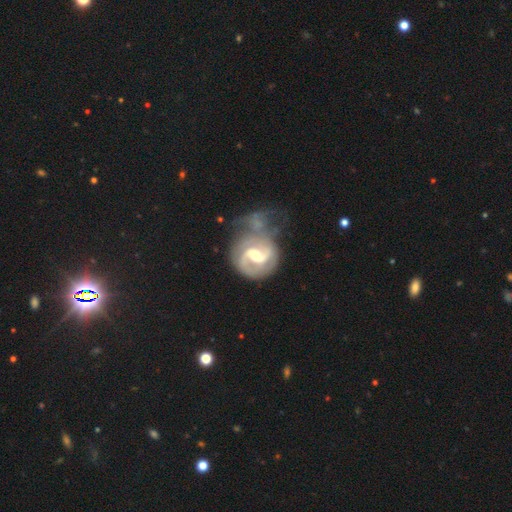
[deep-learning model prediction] Smooth or featured?
  - featured or disk: 88% *
  - smooth: 8%
  - star or artifact: 4%
Edge-on disk?
  - no: 98% *
  - yes: 2%
Bar?
  - weak: 55% *
  - strong: 29%
  - no: 16%
Spiral arms?
  - yes: 95% *
  - no: 5%
Spiral winding?
  - medium: 47% *
  - tight: 35%
  - loose: 18%
Spiral arm count?
  - 2: 78% *
  - can't tell: 8%
  - 1: 6%
  - 3: 4%
  - 4: 2%
  - more than 4: 2%
Bulge size?
  - moderate: 67% *
  - small: 24%
  - large: 6%
  - none: 1%
  - dominant: 1%
Merging?
  - none: 33% *
  - major disturbance: 23%
  - minor disturbance: 22%
  - merger: 22%